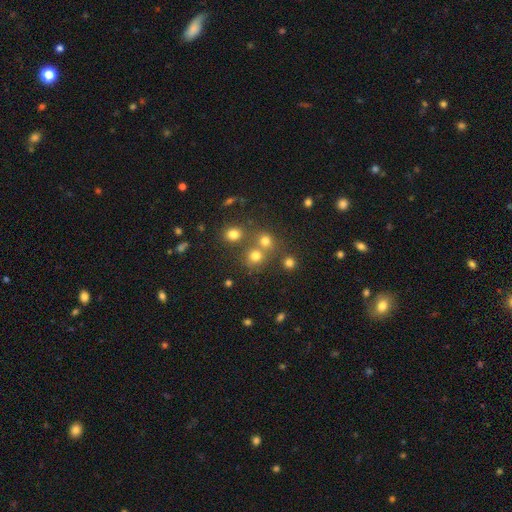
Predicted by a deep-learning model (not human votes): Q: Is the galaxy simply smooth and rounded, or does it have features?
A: smooth — 73%.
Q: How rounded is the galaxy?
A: round — 84%.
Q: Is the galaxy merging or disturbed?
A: none — 61%.